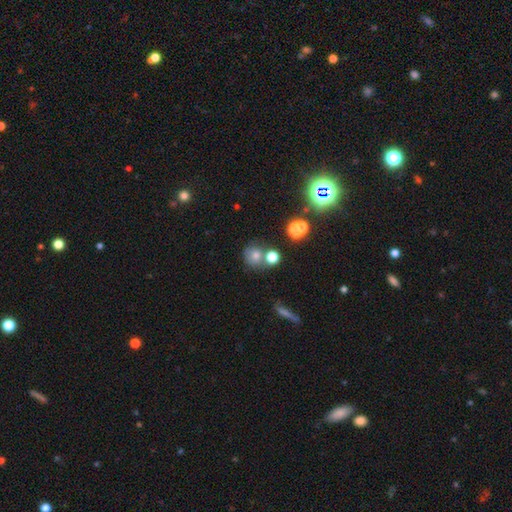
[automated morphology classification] Smooth or featured? Predicted: smooth (p=0.68). How rounded? Predicted: round (p=0.82). Merging? Predicted: none (p=0.54).